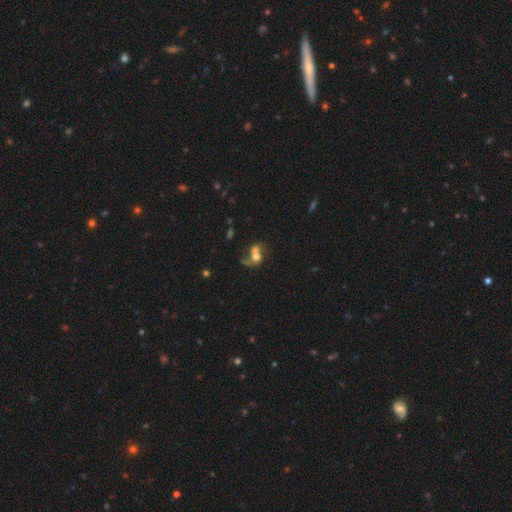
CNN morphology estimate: A smooth galaxy with no disk features (51%) that is round (49%, tied with in between).

Vote fractions:
- Smooth or featured? smooth: 51% / featured or disk: 36% / star or artifact: 13%
- How rounded? round: 49% (tied) / in between: 49% (tied) / cigar-shaped: 2%
- Merging? merger: 62% / major disturbance: 16% / none: 15% / minor disturbance: 8%